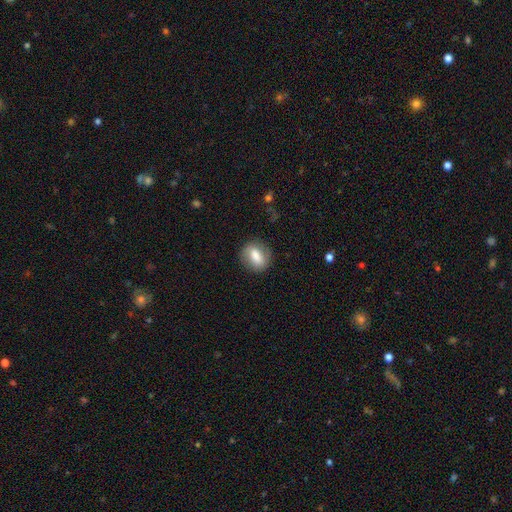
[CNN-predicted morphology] A smooth galaxy with no disk features (76%) that is in between round and cigar-shaped (55%). Merging: none (84%).